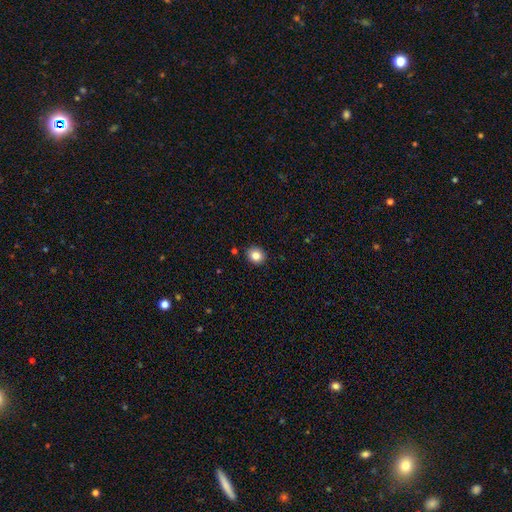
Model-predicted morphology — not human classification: smooth_or_featured: smooth (p=0.85) [alt: star or artifact p=0.10]
how_rounded: round (p=0.75) [alt: in between p=0.24]
merging: none (p=0.89) [alt: minor disturbance p=0.08]